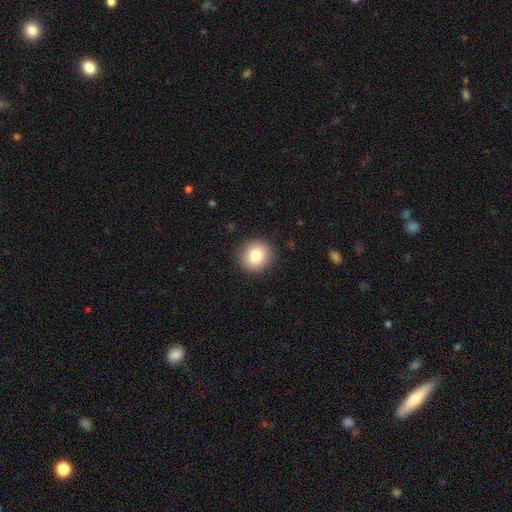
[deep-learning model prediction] A smooth galaxy with no disk features (81%) that is round (91%).

Vote fractions:
- Smooth or featured? smooth: 81% / featured or disk: 9% / star or artifact: 9%
- How rounded? round: 91% / in between: 8% / cigar-shaped: 1%
- Merging? none: 91% / minor disturbance: 6% / major disturbance: 2% / merger: 1%